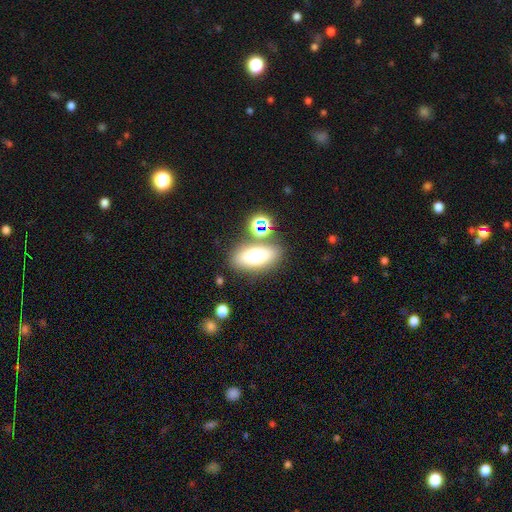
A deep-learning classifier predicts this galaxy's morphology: The model was most divided on "smooth or featured": smooth: 67%, featured or disk: 21%, star or artifact: 12%. More confident: how rounded — in between (79%); merging — none (77%).